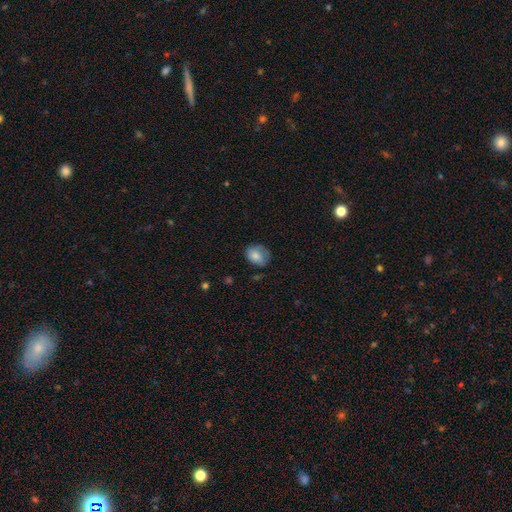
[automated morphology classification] Smooth or featured? smooth (79%)
How rounded? in between (60%)
Merging? none (59%)